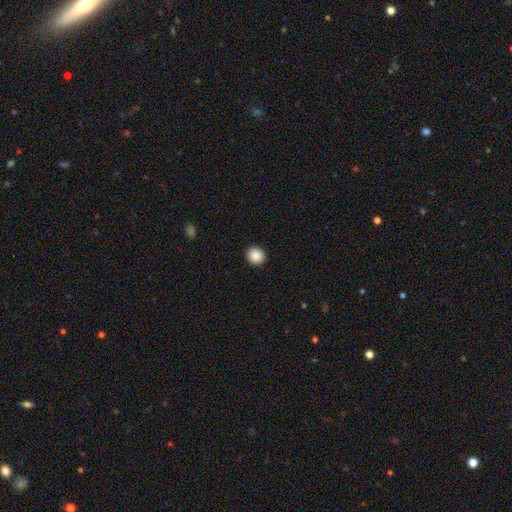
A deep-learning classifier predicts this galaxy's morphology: smooth 89%, star or artifact 9%, featured or disk 3%. Down the decision tree: how rounded — round (87%); merging — none (93%).